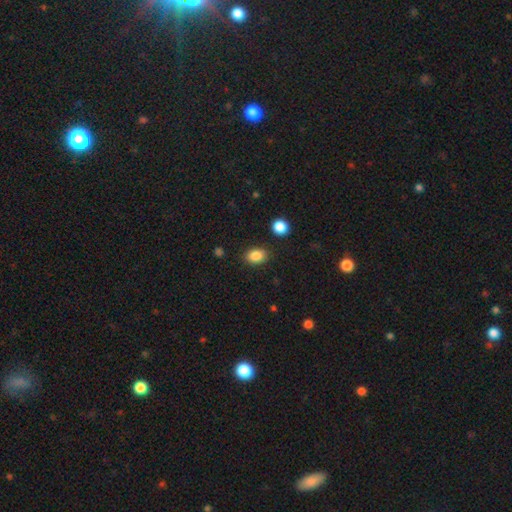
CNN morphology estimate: A smooth galaxy with no disk features (87%) that is in between round and cigar-shaped (73%).

Vote fractions:
- Smooth or featured? smooth: 87% / star or artifact: 9% / featured or disk: 4%
- How rounded? in between: 73% / round: 26% / cigar-shaped: 1%
- Merging? none: 86% / minor disturbance: 9% / major disturbance: 3% / merger: 3%